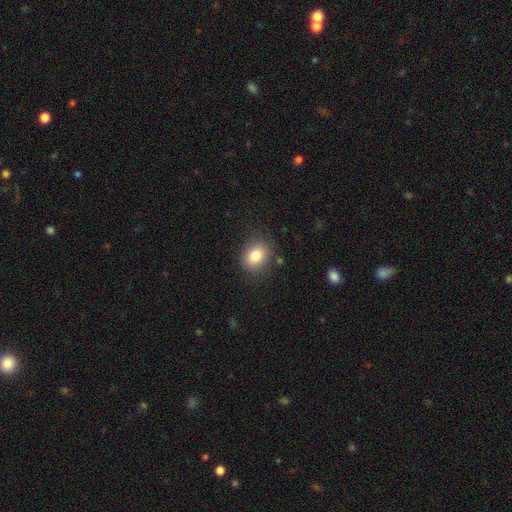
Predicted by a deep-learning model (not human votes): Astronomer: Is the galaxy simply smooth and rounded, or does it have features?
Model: smooth — 82%.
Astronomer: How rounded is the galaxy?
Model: in between — 52% (runner-up: round, 47%).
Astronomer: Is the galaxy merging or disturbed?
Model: none — 83%.